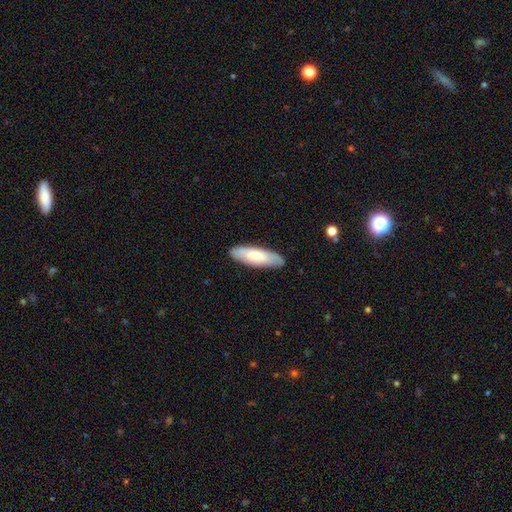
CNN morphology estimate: smooth-or-featured: smooth: 66% | featured or disk: 29% | star or artifact: 5%
  how-rounded: in between: 50% | cigar-shaped: 49% | round: 2%
  merging: none: 87% | minor disturbance: 10% | major disturbance: 2% | merger: 1%